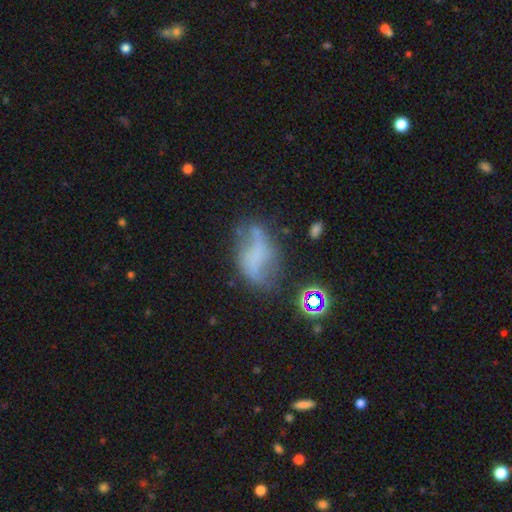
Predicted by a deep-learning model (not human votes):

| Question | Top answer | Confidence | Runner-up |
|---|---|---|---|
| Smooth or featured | featured or disk | 51% | smooth (34%) |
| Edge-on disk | no | 92% | yes (8%) |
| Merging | none | 45% | minor disturbance (27%) |